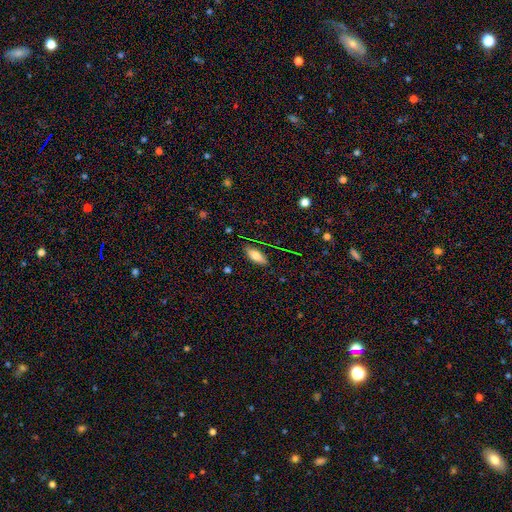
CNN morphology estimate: A smooth galaxy with no disk features (77%) that is in between round and cigar-shaped (79%).

Vote fractions:
- Smooth or featured? smooth: 77% / featured or disk: 15% / star or artifact: 8%
- How rounded? in between: 79% / cigar-shaped: 18% / round: 3%
- Merging? none: 84% / minor disturbance: 12% / major disturbance: 3% / merger: 1%